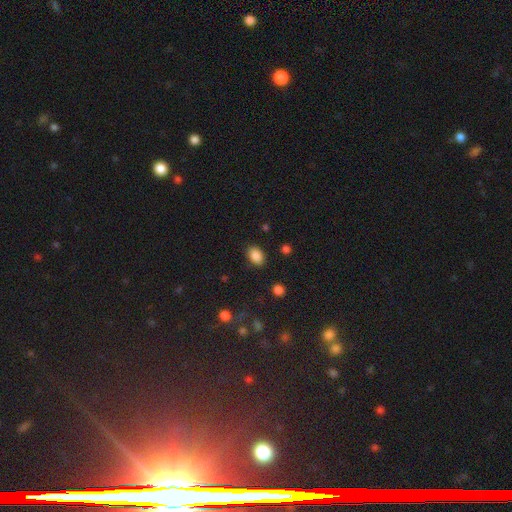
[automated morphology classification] A smooth galaxy with no disk features (87%) that is in between round and cigar-shaped (82%).

Vote fractions:
- Smooth or featured? smooth: 87% / star or artifact: 9% / featured or disk: 4%
- How rounded? in between: 82% / round: 17% / cigar-shaped: 1%
- Merging? none: 85% / minor disturbance: 10% / major disturbance: 3% / merger: 2%